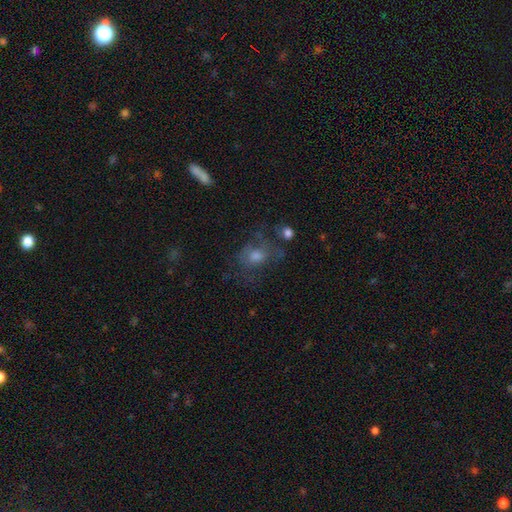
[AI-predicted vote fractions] This appears to be a featured or disk galaxy (41%). Merging: none (52%).